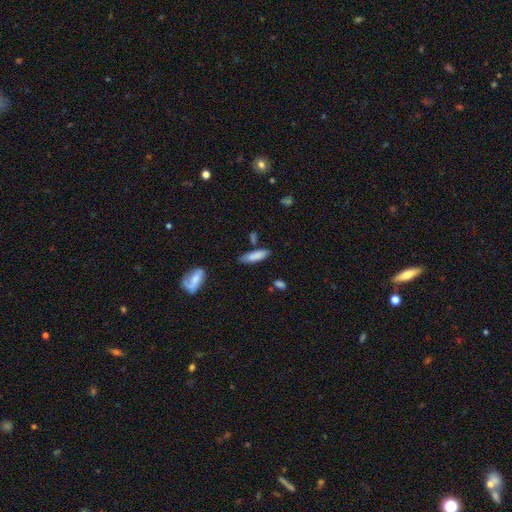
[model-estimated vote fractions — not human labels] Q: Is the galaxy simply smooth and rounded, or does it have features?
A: smooth — 82%.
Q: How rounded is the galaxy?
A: cigar-shaped — 55%.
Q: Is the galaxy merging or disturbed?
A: none — 73%.